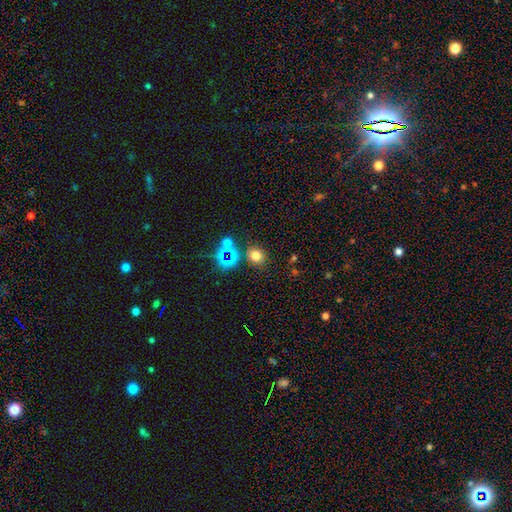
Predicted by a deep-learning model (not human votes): Smooth or featured: smooth — 71% (star or artifact — 22%)
How rounded: round — 81% (in between — 18%)
Merging: none — 80% (minor disturbance — 9%)